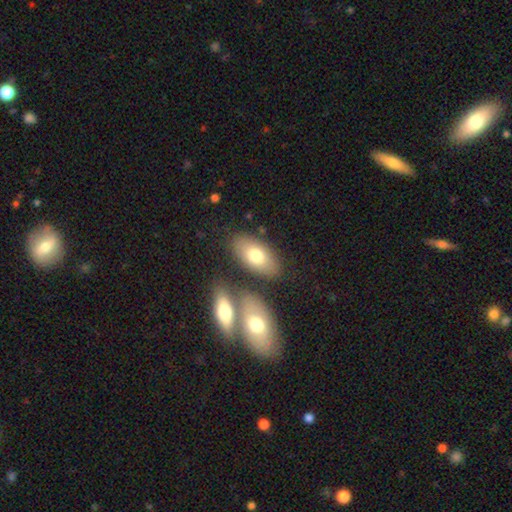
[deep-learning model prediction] smooth_or_featured: smooth (p=0.73) [alt: featured or disk p=0.20]
how_rounded: in between (p=0.92) [alt: round p=0.04]
merging: none (p=0.75) [alt: minor disturbance p=0.11]